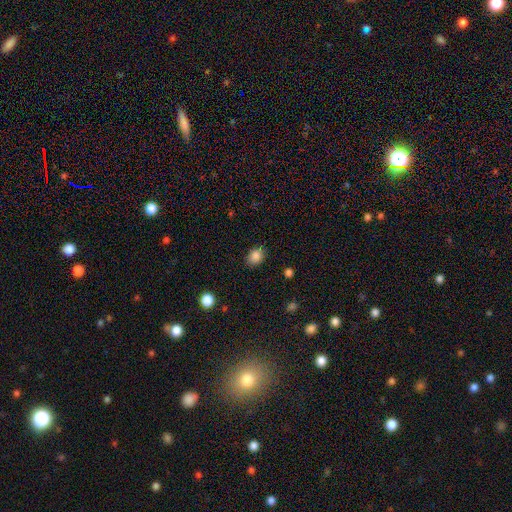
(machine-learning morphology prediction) This is clearly a smooth galaxy (85%). How rounded: possibly in between (57%). Merging: clearly none (83%).